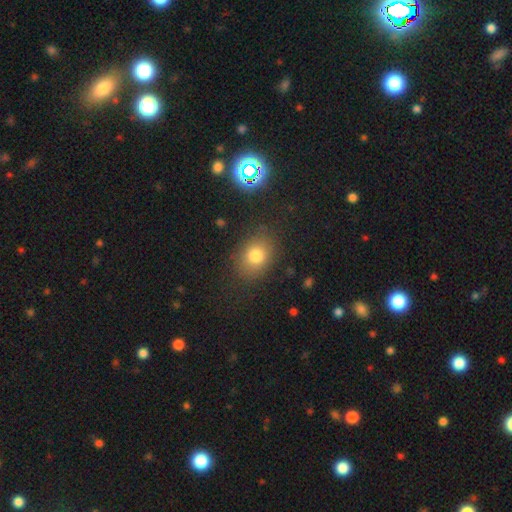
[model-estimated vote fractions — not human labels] Smooth or featured: smooth — 77% (star or artifact — 13%)
How rounded: in between — 51% (round — 48%)
Merging: none — 81% (minor disturbance — 12%)